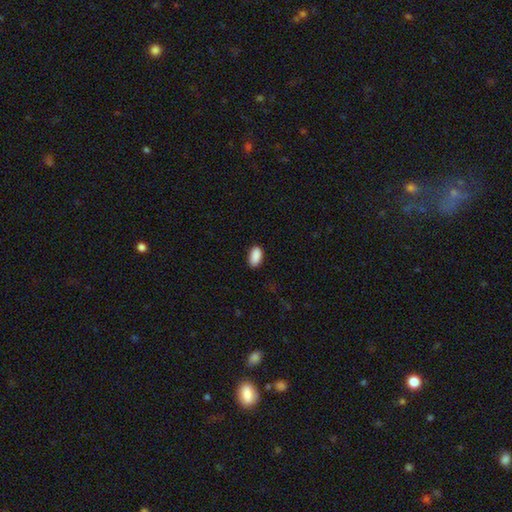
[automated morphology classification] Smooth or featured: smooth — 90% (star or artifact — 7%)
How rounded: in between — 94% (round — 3%)
Merging: none — 86% (minor disturbance — 11%)